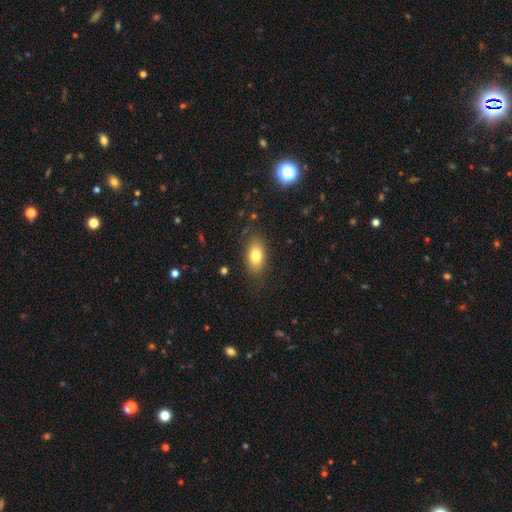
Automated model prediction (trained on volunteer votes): smooth 77%, featured or disk 14%, star or artifact 9%. Down the decision tree: how rounded — in between (87%); merging — none (82%).